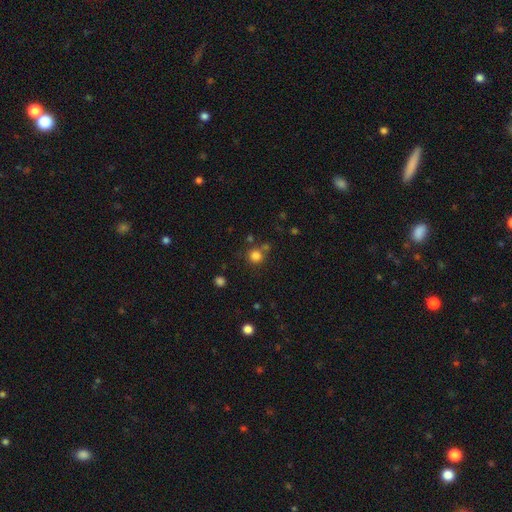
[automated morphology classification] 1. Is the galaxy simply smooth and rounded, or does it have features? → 80% smooth, 14% star or artifact, 5% featured or disk.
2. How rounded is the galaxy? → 92% round, 7% in between, 1% cigar-shaped.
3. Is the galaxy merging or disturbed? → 72% none, 14% merger, 10% minor disturbance, 4% major disturbance.